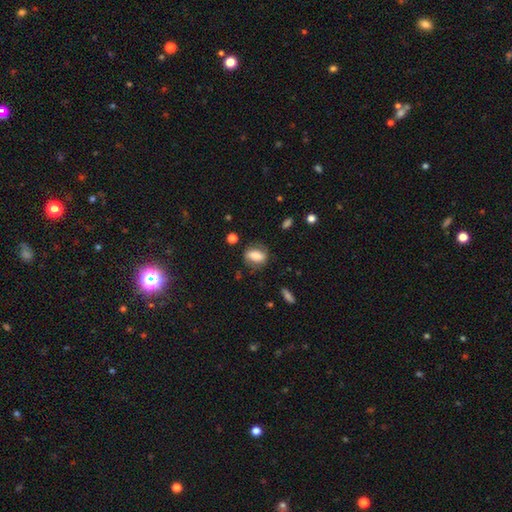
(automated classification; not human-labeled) Q: Smooth or featured?
A: smooth (64%); runner-up: featured or disk (28%)
Q: How rounded?
A: in between (72%); runner-up: round (21%)
Q: Merging?
A: none (72%); runner-up: minor disturbance (18%)